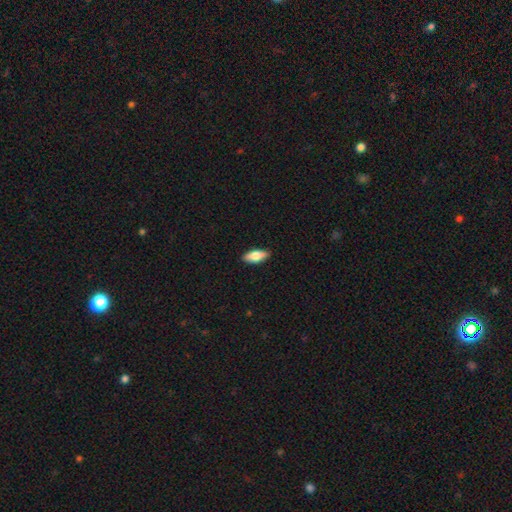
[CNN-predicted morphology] This appears to be a smooth galaxy with no disk features (74%) that is in between round and cigar-shaped (79%). Merging: none (89%).